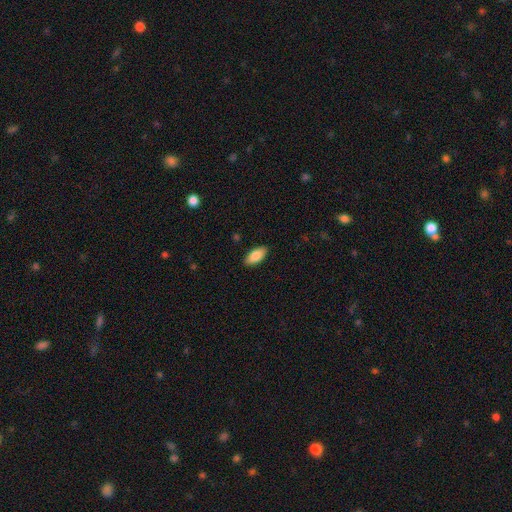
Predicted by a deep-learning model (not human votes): Morphology: type=smooth (87%); roundness=in between (91%); merging=none (89%).